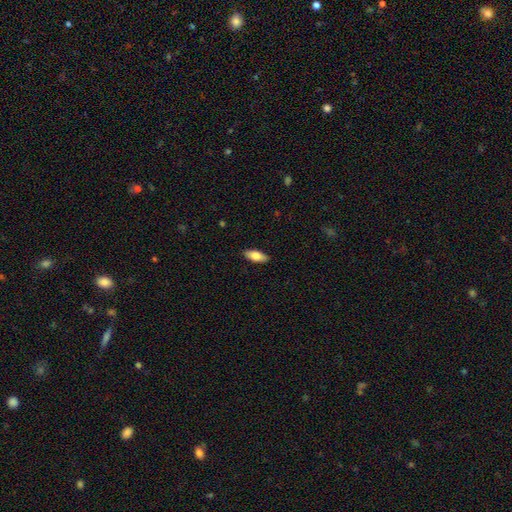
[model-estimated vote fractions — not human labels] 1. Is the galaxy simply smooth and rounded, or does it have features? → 81% smooth, 13% featured or disk, 6% star or artifact.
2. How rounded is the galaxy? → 82% in between, 16% cigar-shaped, 2% round.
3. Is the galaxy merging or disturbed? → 88% none, 9% minor disturbance, 2% major disturbance, 1% merger.